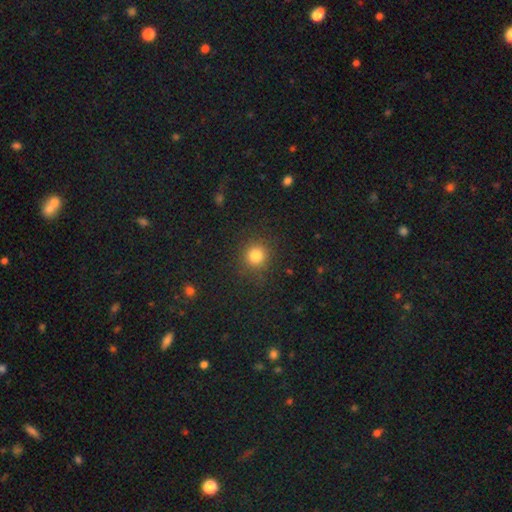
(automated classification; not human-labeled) A smooth galaxy with no disk features (82%) that is round (92%).

Vote fractions:
- Smooth or featured? smooth: 82% / star or artifact: 13% / featured or disk: 5%
- How rounded? round: 92% / in between: 7% / cigar-shaped: 1%
- Merging? none: 89% / minor disturbance: 7% / major disturbance: 3% / merger: 1%